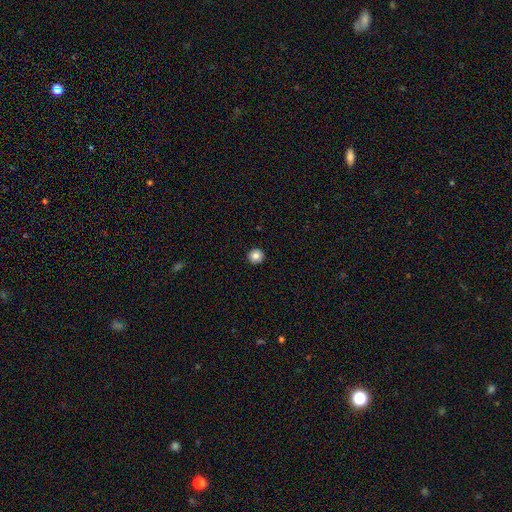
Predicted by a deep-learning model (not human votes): Smooth or featured?
  - smooth: 83% *
  - star or artifact: 10%
  - featured or disk: 7%
How rounded?
  - round: 95% *
  - in between: 4%
  - cigar-shaped: 1%
Merging?
  - none: 93% *
  - minor disturbance: 5%
  - major disturbance: 1%
  - merger: 1%